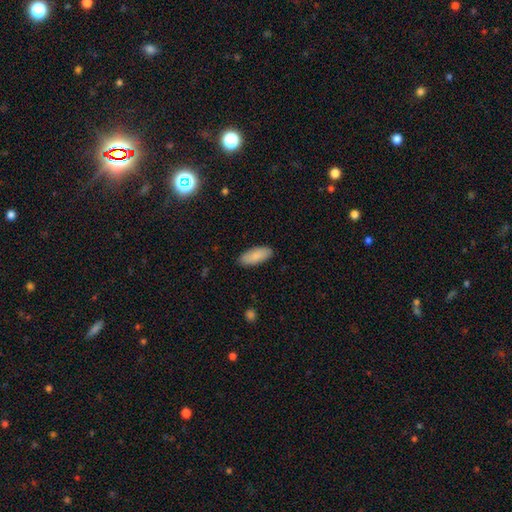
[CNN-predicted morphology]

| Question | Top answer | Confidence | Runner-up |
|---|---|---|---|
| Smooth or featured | smooth | 88% | featured or disk (6%) |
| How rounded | in between | 82% | cigar-shaped (16%) |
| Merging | none | 89% | minor disturbance (9%) |